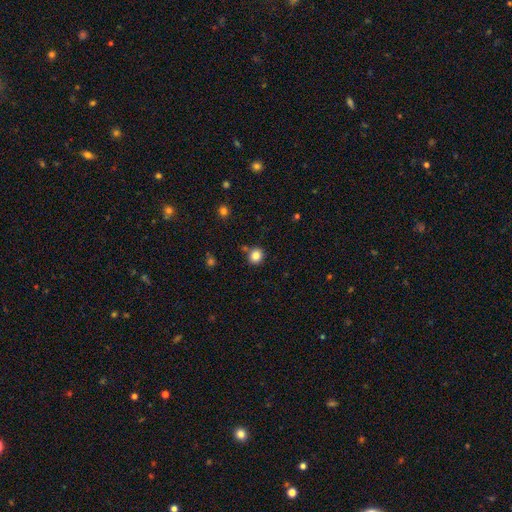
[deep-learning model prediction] Overall: smooth (83%). How rounded: round (88%). Merging: none (81%).